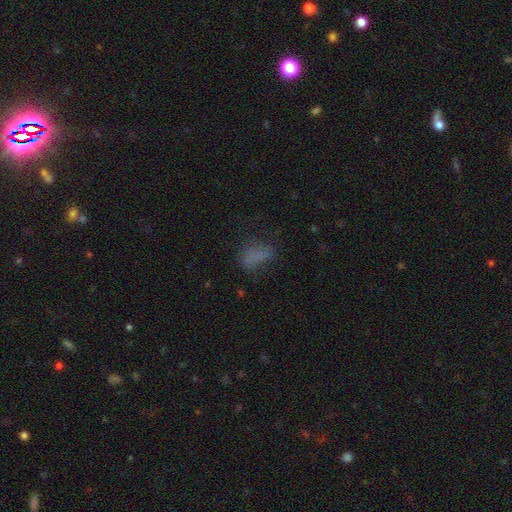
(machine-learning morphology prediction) smooth 68%, star or artifact 18%, featured or disk 14%. Down the decision tree: how rounded — in between (79%); merging — none (53%).